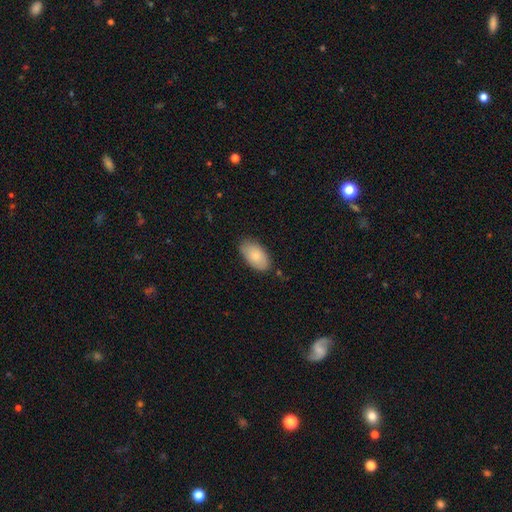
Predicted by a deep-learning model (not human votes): Smooth or featured: smooth — 82% (featured or disk — 11%)
How rounded: in between — 95% (round — 4%)
Merging: none — 78% (minor disturbance — 18%)